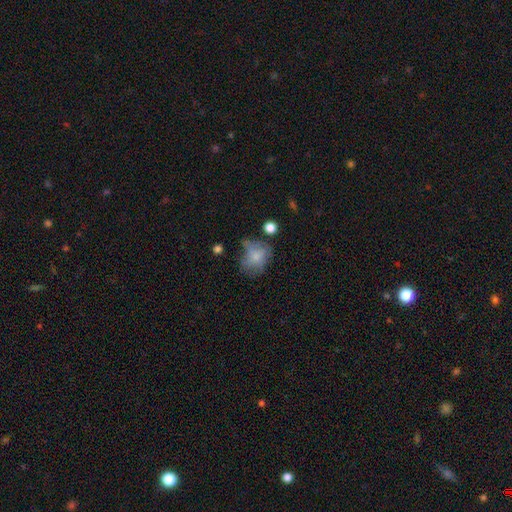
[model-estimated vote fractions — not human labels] Smooth or featured? Predicted: smooth (p=0.67). How rounded? Predicted: round (p=0.52). Merging? Predicted: none (p=0.38).